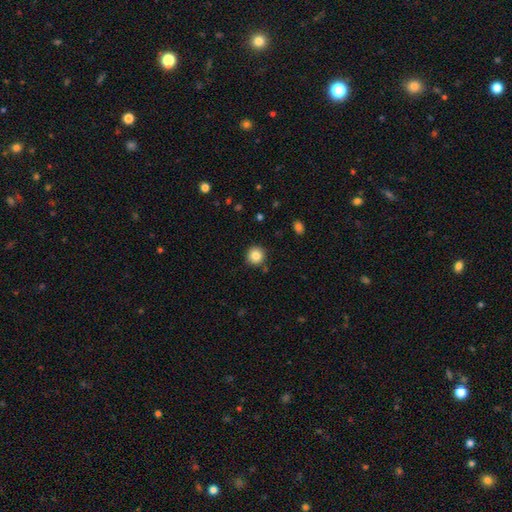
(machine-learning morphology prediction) Smooth or featured: smooth — 84% (star or artifact — 10%)
How rounded: round — 94% (in between — 5%)
Merging: none — 88% (minor disturbance — 7%)